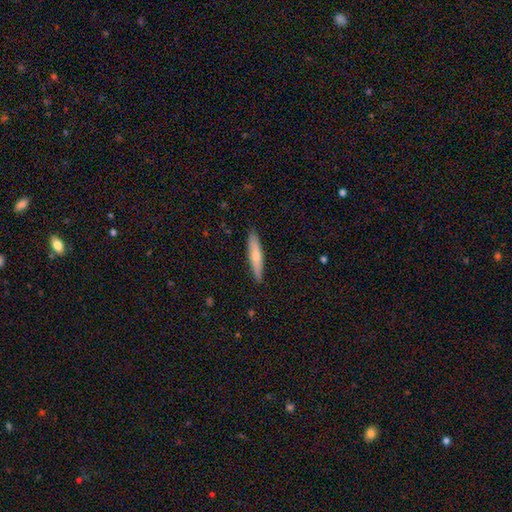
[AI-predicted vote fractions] Q: Smooth or featured?
A: smooth (65%); runner-up: featured or disk (30%)
Q: How rounded?
A: cigar-shaped (87%); runner-up: in between (11%)
Q: Merging?
A: none (88%); runner-up: minor disturbance (9%)